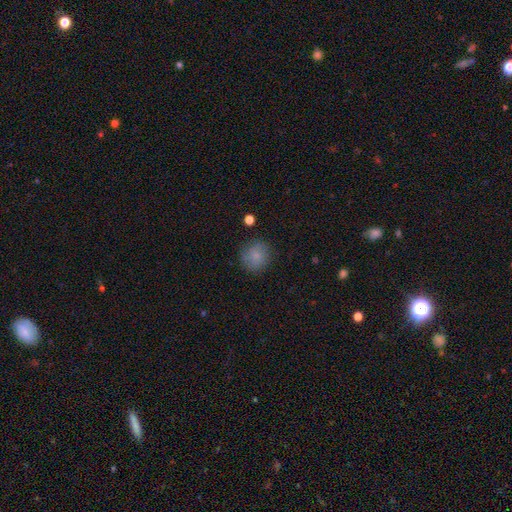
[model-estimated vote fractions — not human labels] This is clearly a smooth galaxy (83%). How rounded: clearly round (88%). Merging: clearly none (81%).